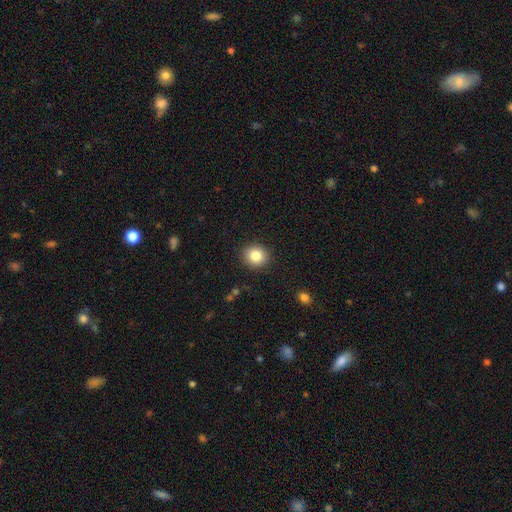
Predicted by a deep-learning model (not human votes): Smooth or featured?
  - smooth: 84% *
  - star or artifact: 10%
  - featured or disk: 6%
How rounded?
  - round: 86% *
  - in between: 14%
  - cigar-shaped: 1%
Merging?
  - none: 90% *
  - minor disturbance: 7%
  - major disturbance: 2%
  - merger: 1%